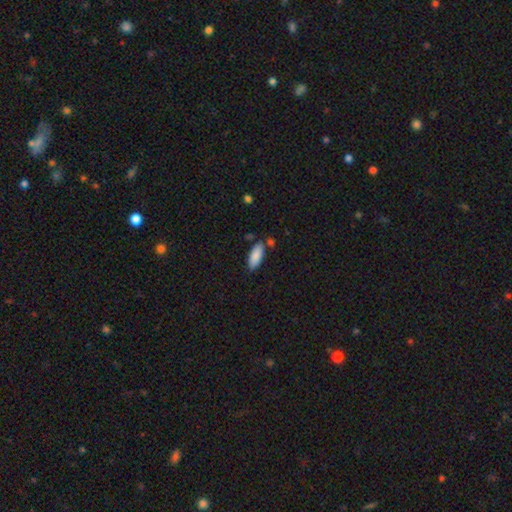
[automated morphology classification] The model was most divided on "merging": none: 78%, minor disturbance: 13%, merger: 6%, major disturbance: 3%. More confident: smooth or featured — smooth (88%); how rounded — in between (82%).